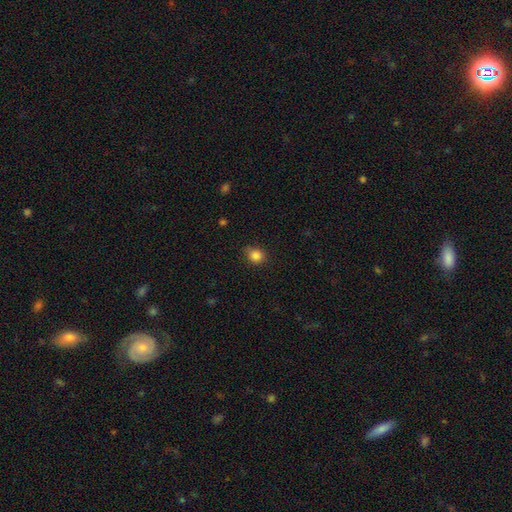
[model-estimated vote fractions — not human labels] This is clearly a smooth galaxy (85%). How rounded: likely round (71%). Merging: likely none (77%).